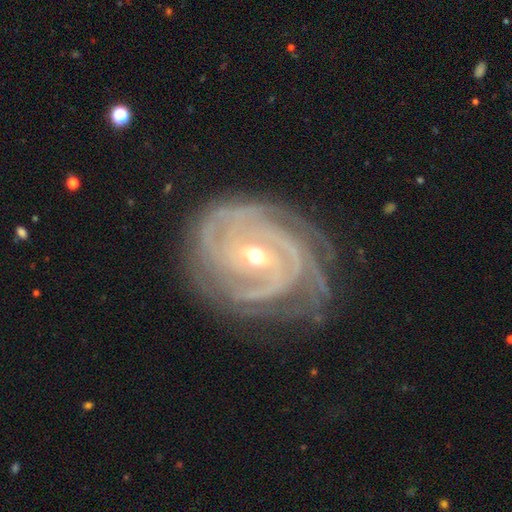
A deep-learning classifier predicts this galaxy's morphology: This appears to be a featured or disk galaxy (92%) with a weak bar (40%), 3 (27%) tight (79%) spiral arms (98%) and a small central bulge (53%). Merging: none (70%).